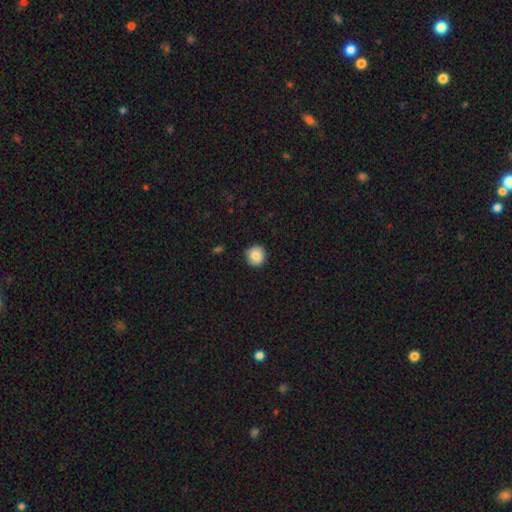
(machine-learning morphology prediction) The model was most divided on "smooth or featured": smooth: 85%, star or artifact: 8%, featured or disk: 7%. More confident: how rounded — round (93%); merging — none (90%).